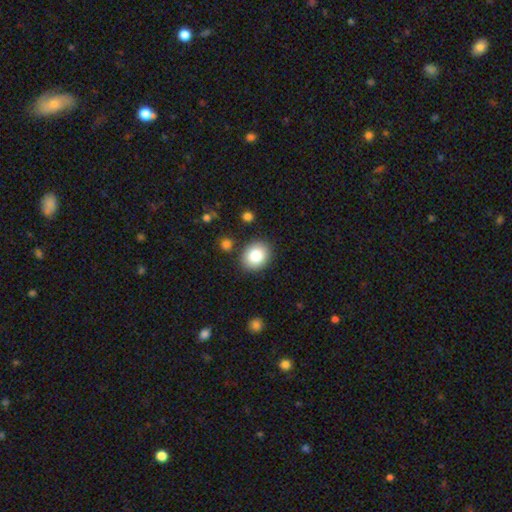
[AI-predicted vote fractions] smooth-or-featured: smooth: 85% | star or artifact: 8% | featured or disk: 7%
  how-rounded: round: 57% | in between: 42% | cigar-shaped: 1%
  merging: none: 85% | minor disturbance: 9% | merger: 3% | major disturbance: 3%